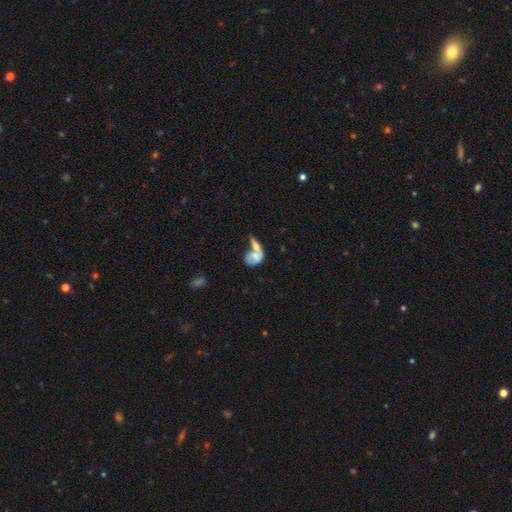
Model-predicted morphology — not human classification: Smooth or featured? Predicted: smooth (p=0.53). How rounded? Predicted: in between (p=0.74). Merging? Predicted: merger (p=0.57).